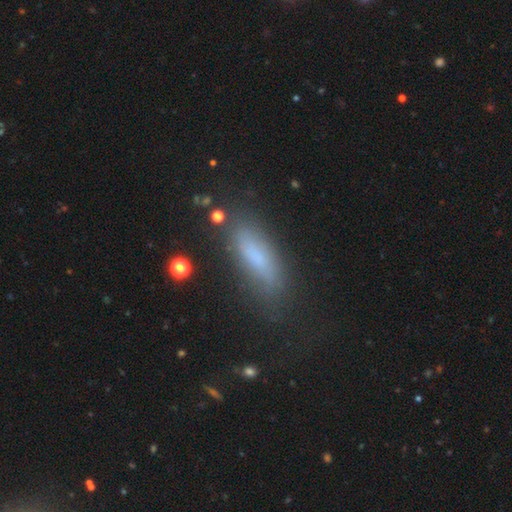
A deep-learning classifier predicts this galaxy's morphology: type=smooth (69%); roundness=cigar-shaped (50%); merging=none (73%).